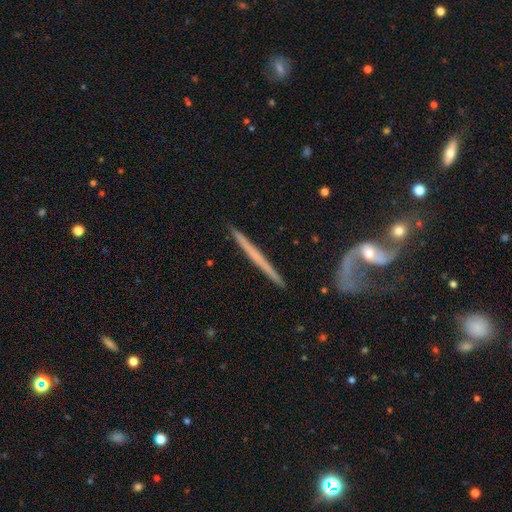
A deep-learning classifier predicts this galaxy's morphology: This is likely a featured or disk galaxy (67%). It is clearly viewed edge-on (92%). Edge-on bulge: clearly none (81%). Merging: clearly none (83%).